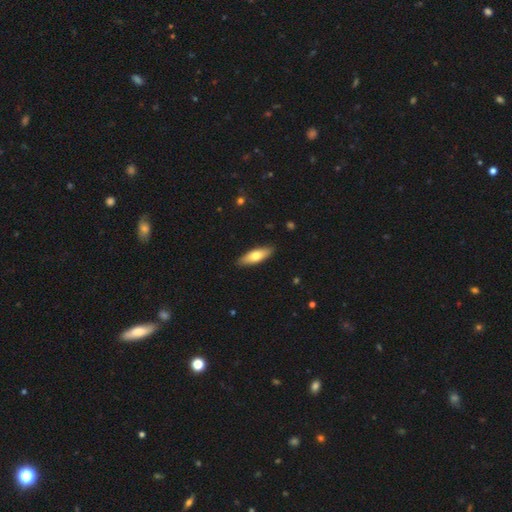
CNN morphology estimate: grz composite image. It shows a smooth galaxy with no disk features (67%) that is in between round and cigar-shaped (59%). Merging: none (88%).